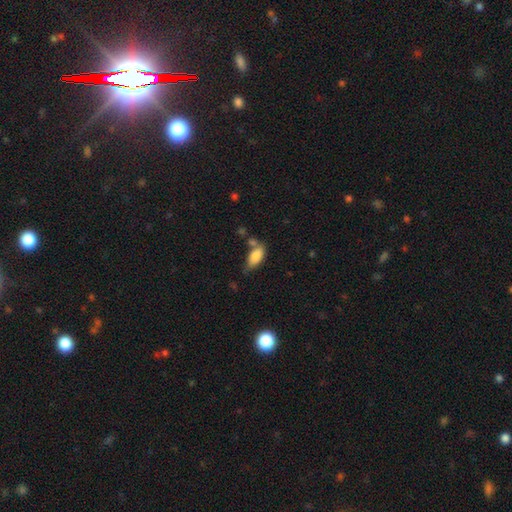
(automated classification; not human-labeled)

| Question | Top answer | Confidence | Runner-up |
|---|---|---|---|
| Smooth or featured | smooth | 82% | featured or disk (10%) |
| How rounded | in between | 88% | cigar-shaped (9%) |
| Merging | none | 48% | minor disturbance (26%) |